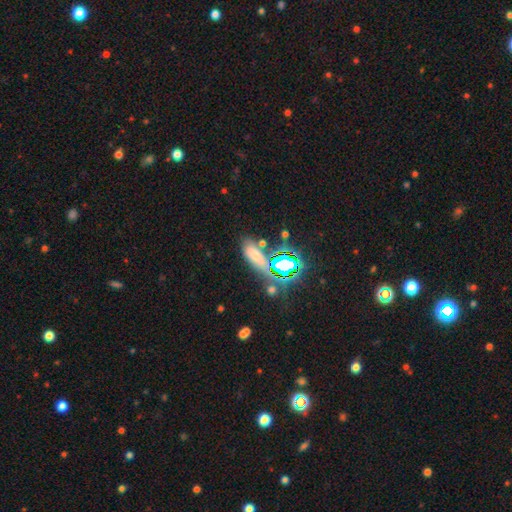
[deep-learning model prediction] Smooth or featured: smooth — 53% (star or artifact — 35%)
How rounded: in between — 73% (cigar-shaped — 17%)
Merging: none — 62% (minor disturbance — 17%)